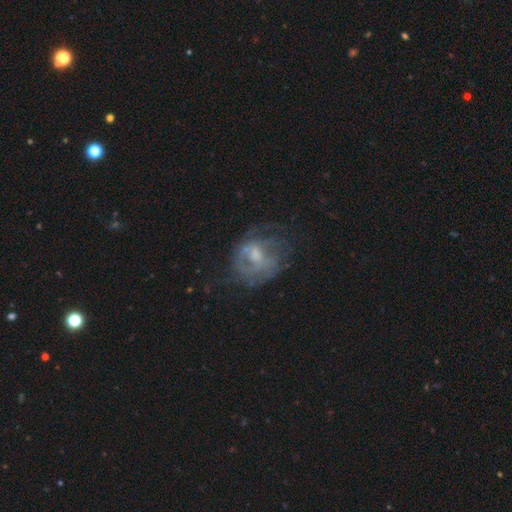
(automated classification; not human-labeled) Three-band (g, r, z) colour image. It shows a featured or disk galaxy (65%) with no bar (58%), spiral arms (52%) and a moderate central bulge (47%). Merging: none (47%).